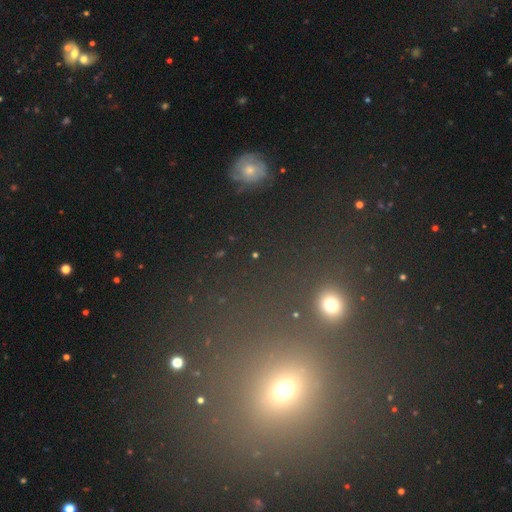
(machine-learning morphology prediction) type=star or artifact (47%).